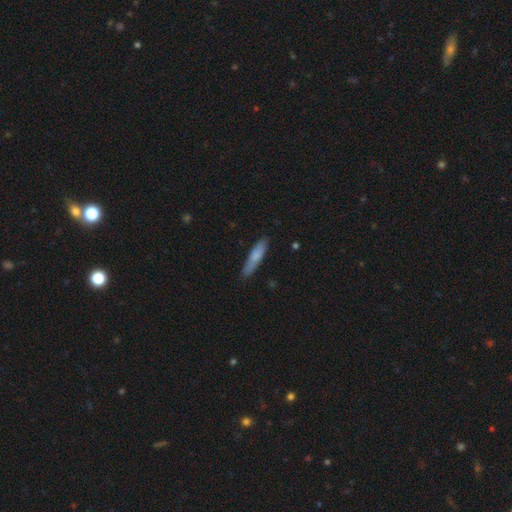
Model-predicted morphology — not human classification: Overall: smooth (75%). How rounded: cigar-shaped (82%). Merging: none (82%).